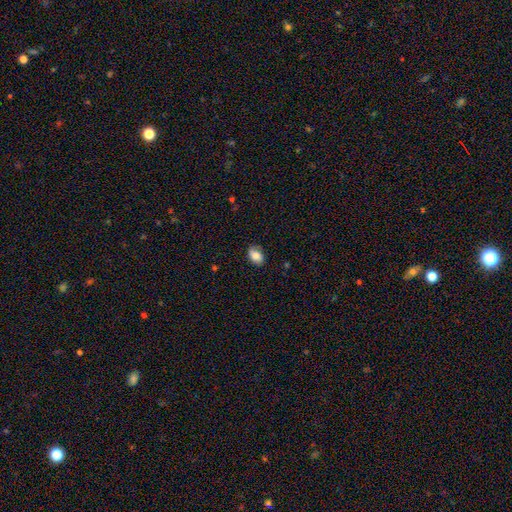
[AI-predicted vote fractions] smooth 79%, featured or disk 14%, star or artifact 8%. Down the decision tree: how rounded — in between (84%); merging — none (77%).